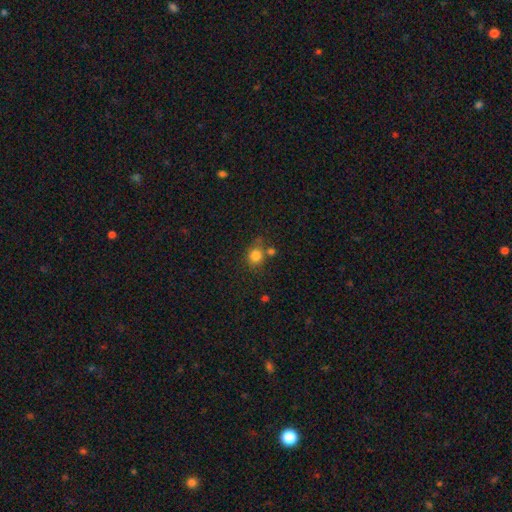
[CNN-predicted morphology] Smooth or featured? smooth (81%)
How rounded? round (82%)
Merging? none (63%)